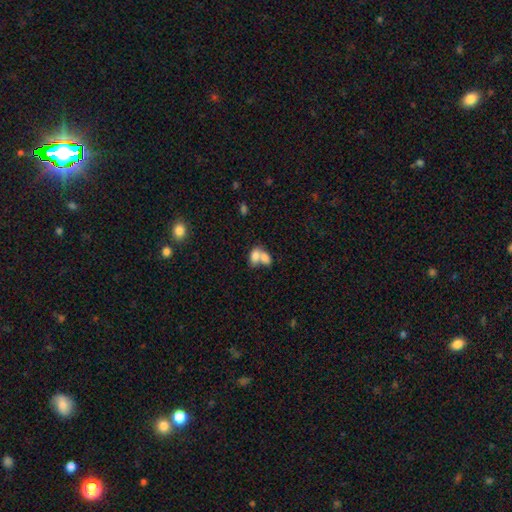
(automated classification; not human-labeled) smooth 75%, featured or disk 16%, star or artifact 8%. Down the decision tree: how rounded — in between (84%); merging — merger (72%).